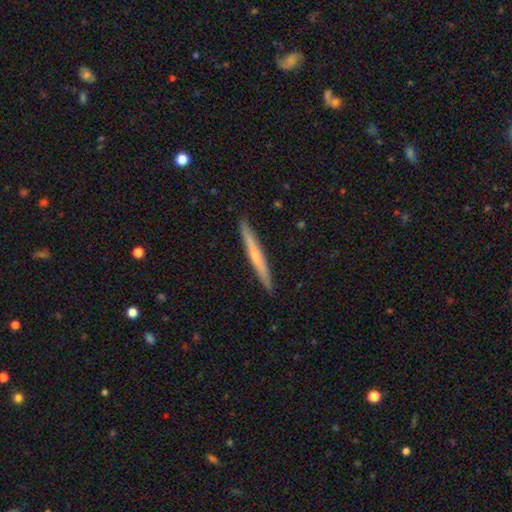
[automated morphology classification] smooth_or_featured: featured or disk (p=0.48) [alt: smooth p=0.47]
merging: none (p=0.91) [alt: minor disturbance p=0.06]